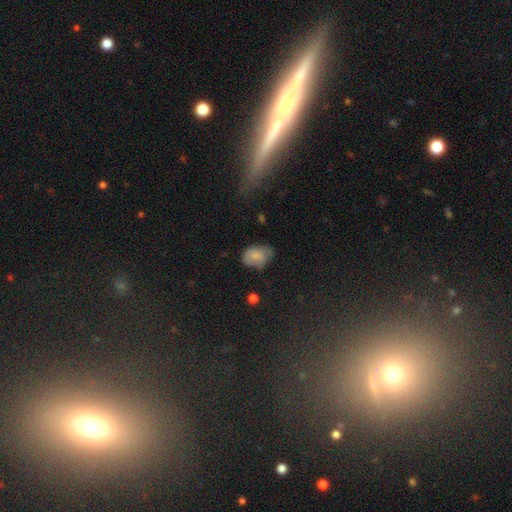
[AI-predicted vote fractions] smooth_or_featured: smooth (p=0.79) [alt: featured or disk p=0.13]
how_rounded: in between (p=0.82) [alt: round p=0.16]
merging: none (p=0.51) [alt: minor disturbance p=0.36]